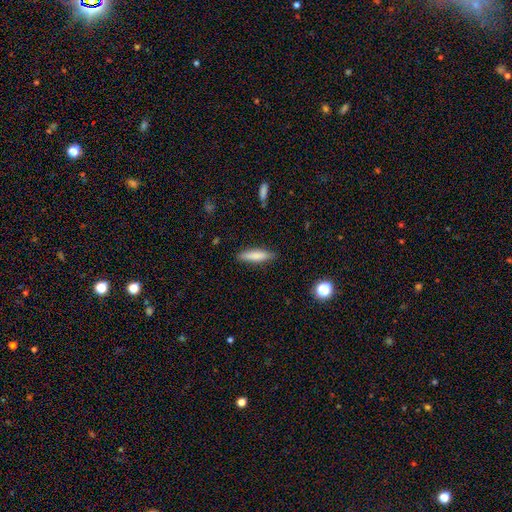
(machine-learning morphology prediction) A smooth galaxy with no disk features (80%) that is cigar-shaped (75%). Merging: none (86%).